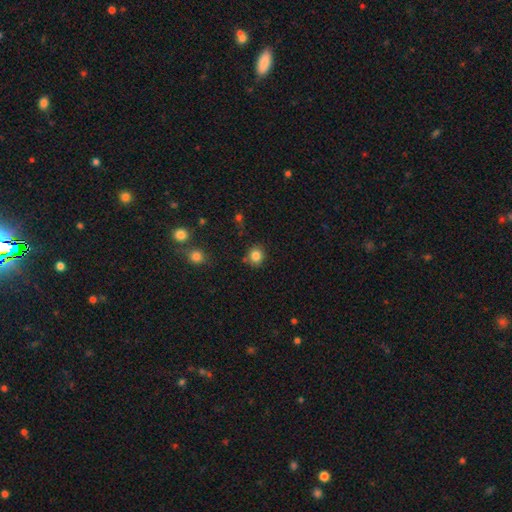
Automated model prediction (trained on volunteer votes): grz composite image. It shows a smooth galaxy with no disk features (83%) that is round (83%). Merging: none (84%).